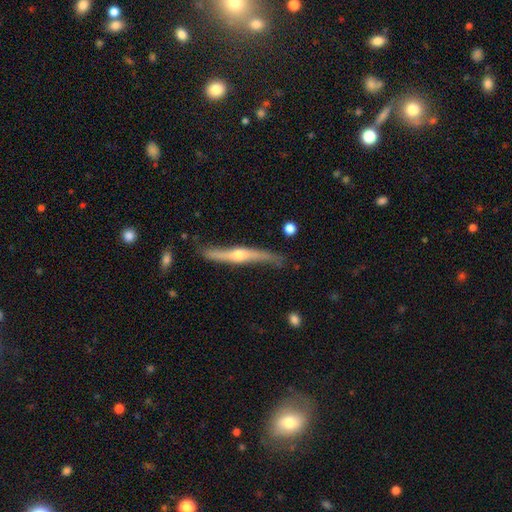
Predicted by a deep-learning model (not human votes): Morphology: type=featured or disk (74%); edge-on=yes (91%); edge-on bulge=rounded (85%); merging=none (80%).